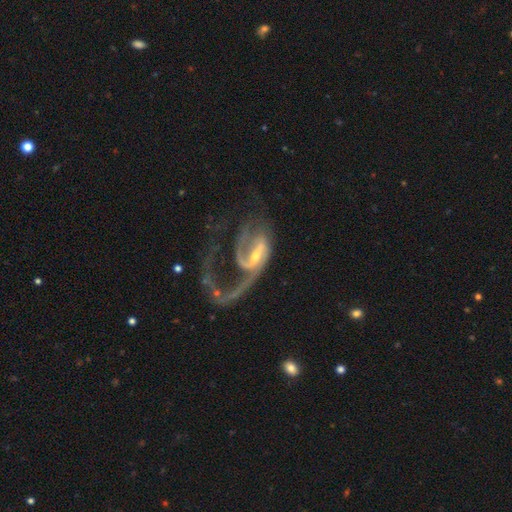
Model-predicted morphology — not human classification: Smooth or featured? Predicted: featured or disk (p=0.87). Edge-on disk? Predicted: no (p=0.97). Bar? Predicted: weak (p=0.47). Spiral arms? Predicted: yes (p=0.91). Spiral winding? Predicted: loose (p=0.58). Spiral arm count? Predicted: 1 (p=0.60). Bulge size? Predicted: small (p=0.61). Merging? Predicted: major disturbance (p=0.61).